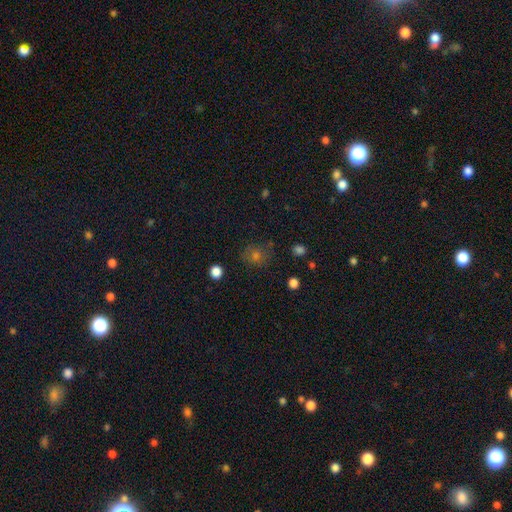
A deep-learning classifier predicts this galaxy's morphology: smooth_or_featured: smooth (p=0.61) [alt: star or artifact p=0.26]
how_rounded: round (p=0.76) [alt: in between p=0.23]
merging: none (p=0.78) [alt: minor disturbance p=0.15]